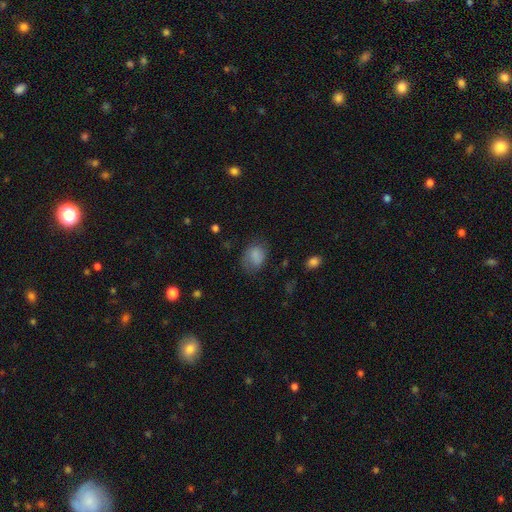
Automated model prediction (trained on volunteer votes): Smooth or featured? smooth (79%)
How rounded? in between (63%)
Merging? none (59%)